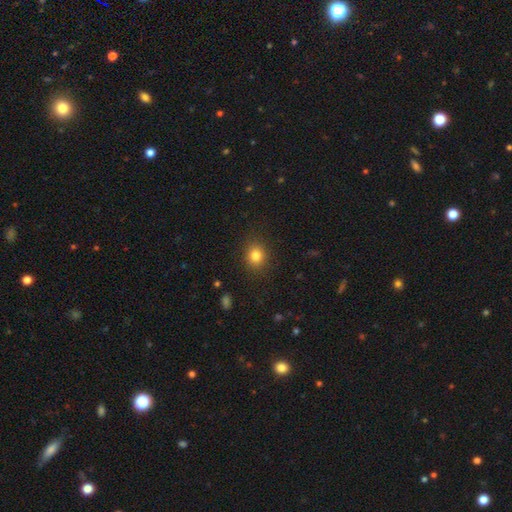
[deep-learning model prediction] smooth 82%, star or artifact 12%, featured or disk 6%. Down the decision tree: how rounded — round (72%); merging — none (89%).